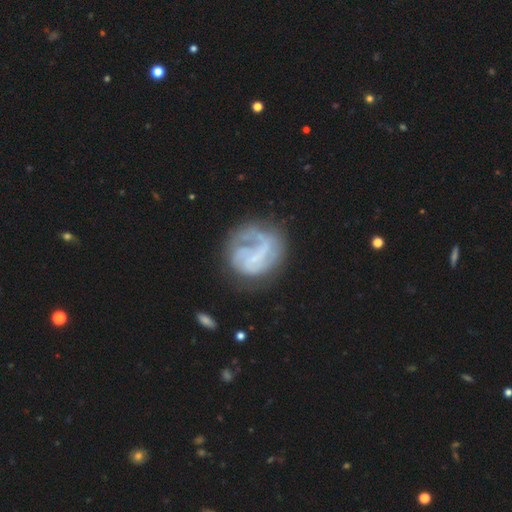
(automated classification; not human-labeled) Morphology: type=featured or disk (75%); edge-on=no (98%); bar=no (47%); spiral arms=yes (81%); winding=medium (37%); arm count=1 (32%); bulge=none (45%, tied with small); merging=none (48%).